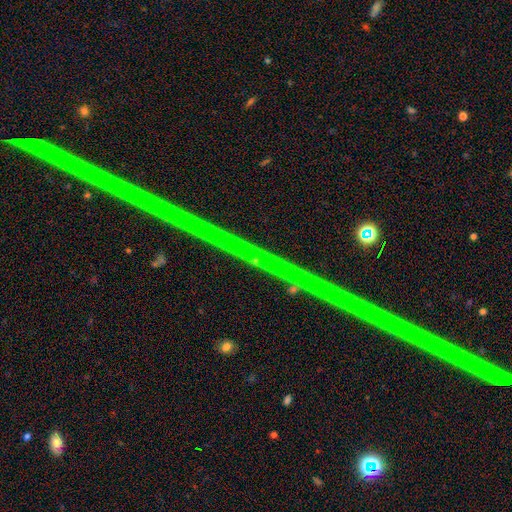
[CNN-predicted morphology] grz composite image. It shows a star or artifact, not a galaxy (84%).